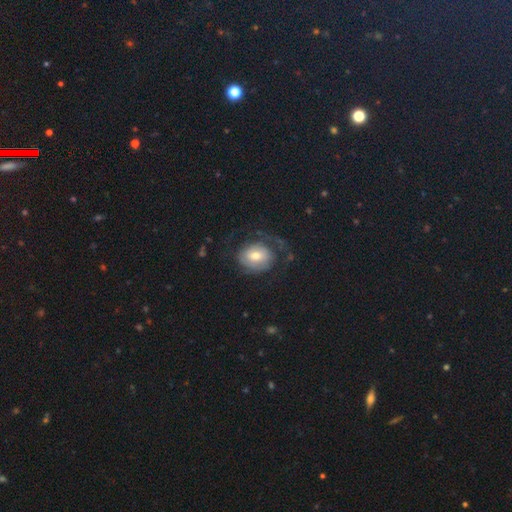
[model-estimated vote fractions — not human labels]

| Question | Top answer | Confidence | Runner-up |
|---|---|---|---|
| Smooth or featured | featured or disk | 50% | smooth (41%) |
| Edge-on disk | no | 96% | yes (4%) |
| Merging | none | 51% | major disturbance (28%) |